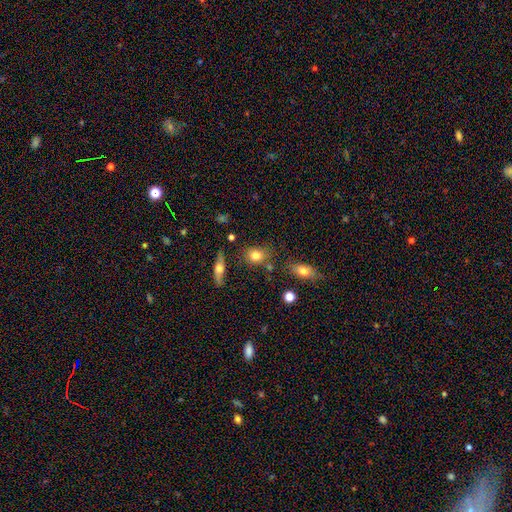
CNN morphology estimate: smooth 79%, featured or disk 11%, star or artifact 10%. Down the decision tree: how rounded — round (52%); merging — none (71%).